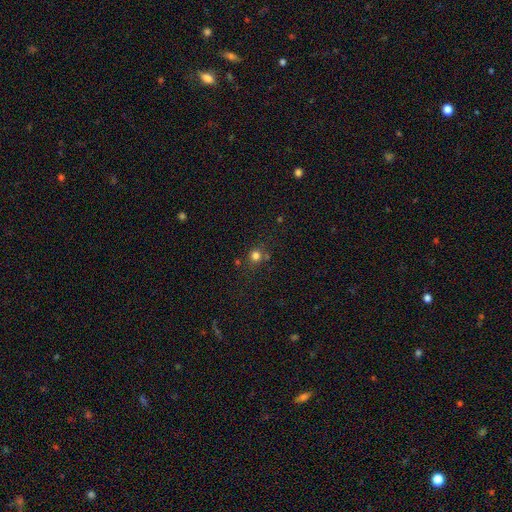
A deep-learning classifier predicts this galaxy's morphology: This is likely a smooth galaxy (76%). How rounded: clearly round (88%). Merging: likely none (74%).